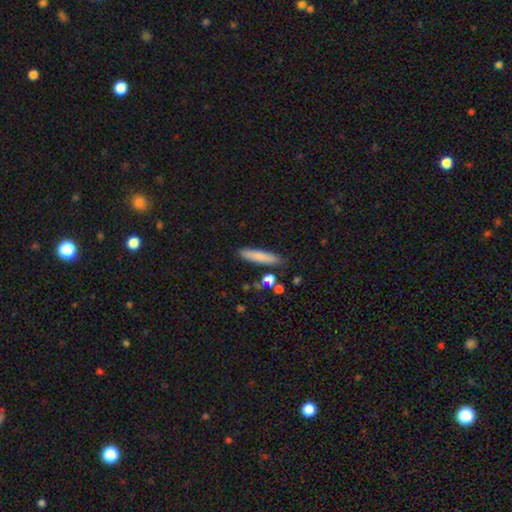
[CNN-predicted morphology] Smooth or featured: smooth — 80% (featured or disk — 13%)
How rounded: cigar-shaped — 85% (in between — 13%)
Merging: none — 84% (minor disturbance — 10%)